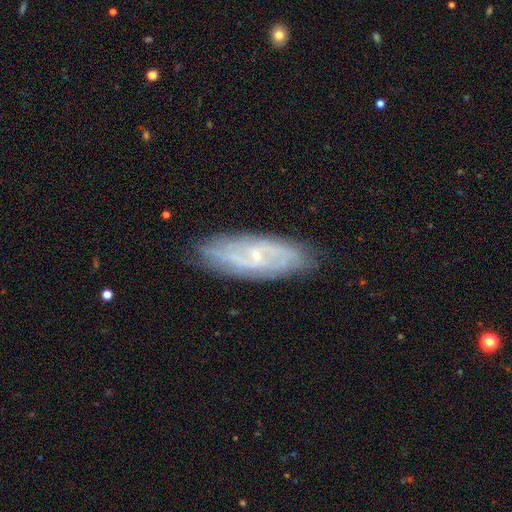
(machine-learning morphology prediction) featured or disk 74%, smooth 19%, star or artifact 8%. Down the decision tree: edge-on disk — no (84%); bar — no (46%); spiral arms — yes (86%); spiral arm count — can't tell (44%); spiral winding — tight (43%); bulge size — small (80%); merging — none (81%).